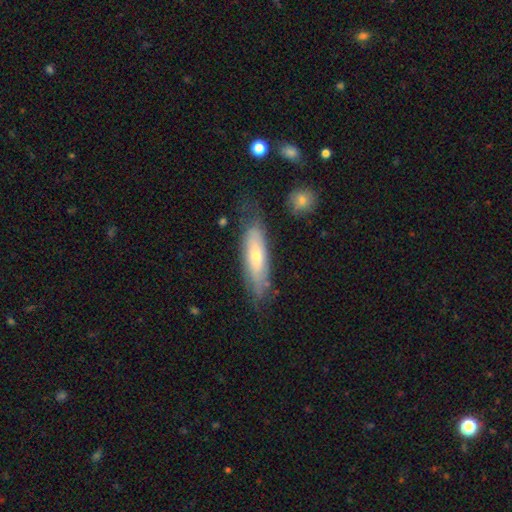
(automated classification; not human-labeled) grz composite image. It shows a smooth galaxy with no disk features (48%). Merging: none (65%).